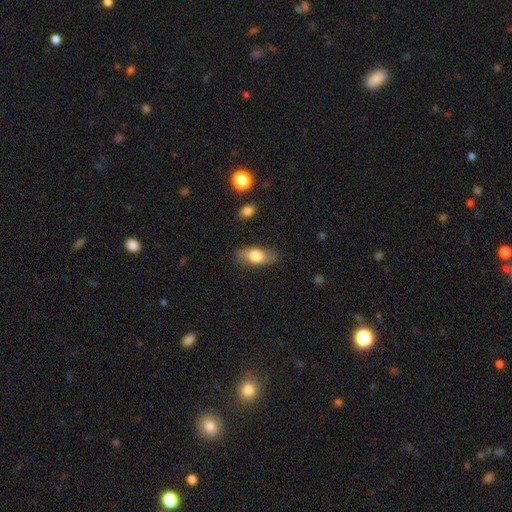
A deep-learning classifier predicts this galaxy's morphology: smooth 72%, featured or disk 22%, star or artifact 7%. Down the decision tree: how rounded — in between (81%); merging — none (82%).